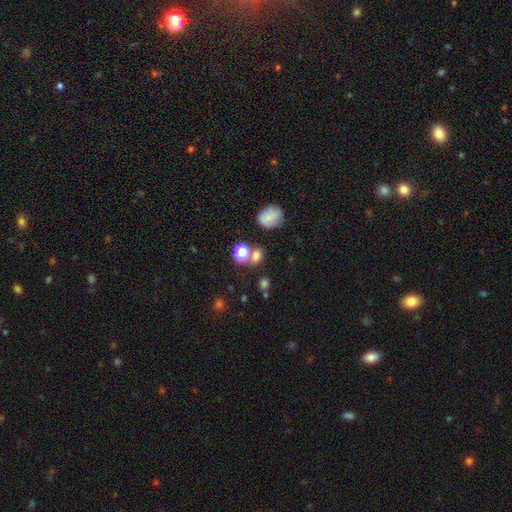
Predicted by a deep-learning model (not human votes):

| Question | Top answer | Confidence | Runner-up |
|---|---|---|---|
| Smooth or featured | smooth | 71% | star or artifact (20%) |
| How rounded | round | 53% | in between (45%) |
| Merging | none | 59% | merger (24%) |